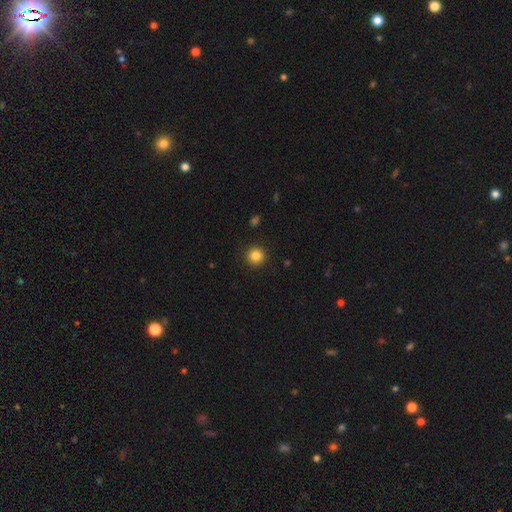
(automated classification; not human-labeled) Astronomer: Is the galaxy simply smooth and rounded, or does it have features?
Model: smooth — 85%.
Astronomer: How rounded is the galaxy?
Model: round — 95%.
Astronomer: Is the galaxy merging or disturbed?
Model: none — 92%.